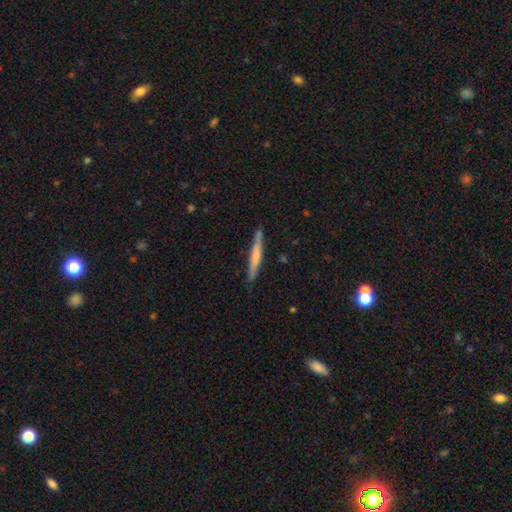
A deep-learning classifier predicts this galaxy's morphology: smooth_or_featured: smooth (p=0.56) [alt: featured or disk p=0.39]
how_rounded: cigar-shaped (p=0.95) [alt: in between p=0.03]
merging: none (p=0.86) [alt: minor disturbance p=0.11]